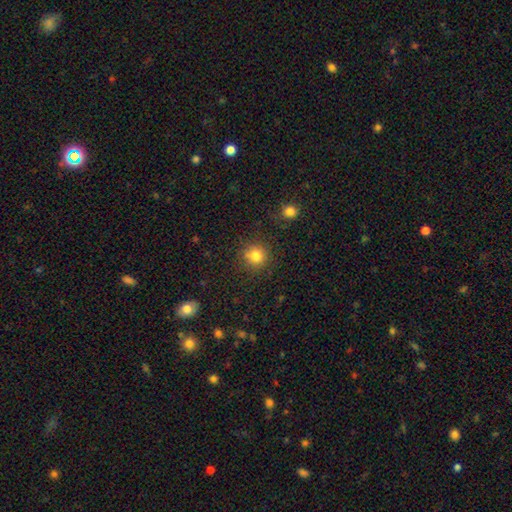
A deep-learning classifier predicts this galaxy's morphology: Smooth or featured? smooth (81%)
How rounded? round (92%)
Merging? none (82%)